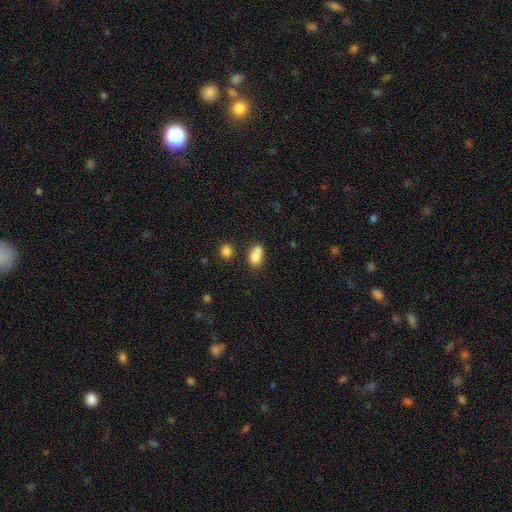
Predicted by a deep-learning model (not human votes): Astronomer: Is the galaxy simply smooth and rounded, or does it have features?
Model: smooth — 78%.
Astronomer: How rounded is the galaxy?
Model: in between — 68%.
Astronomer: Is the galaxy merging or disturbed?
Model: merger — 45% (runner-up: none, 36%).